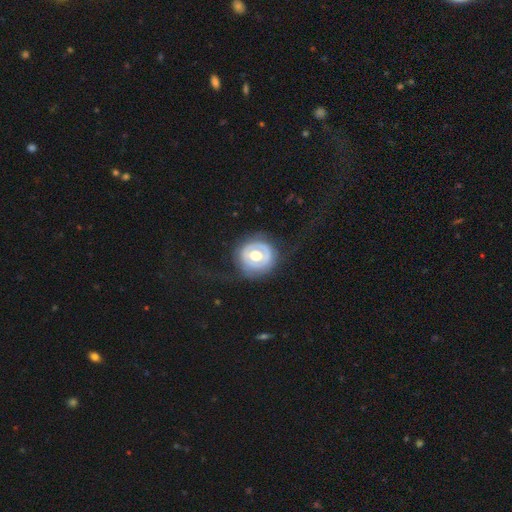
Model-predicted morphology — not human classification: This is possibly a featured or disk galaxy (56%). It is clearly not viewed edge-on (96%). Bar: likely no (77%). Spiral arm pattern: likely no (78%). Central bulge: likely moderate (66%). Merging: likely none (74%).